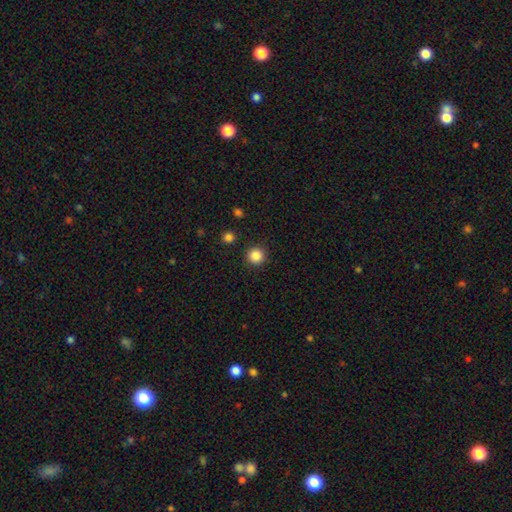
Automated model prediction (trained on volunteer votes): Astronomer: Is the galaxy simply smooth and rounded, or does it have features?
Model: smooth — 86%.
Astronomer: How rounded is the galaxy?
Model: round — 95%.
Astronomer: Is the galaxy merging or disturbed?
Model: none — 92%.